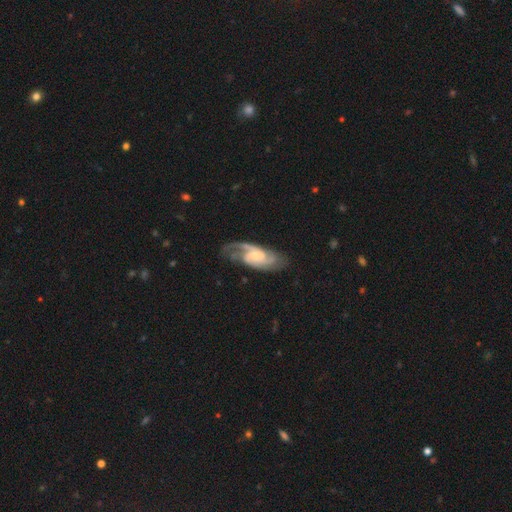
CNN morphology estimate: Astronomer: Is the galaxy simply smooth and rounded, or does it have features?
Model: featured or disk — 87%.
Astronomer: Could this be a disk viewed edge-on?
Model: no — 95%.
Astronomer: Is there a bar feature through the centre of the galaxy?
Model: no — 54% (runner-up: weak, 37%).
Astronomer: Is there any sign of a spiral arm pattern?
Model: yes — 97%.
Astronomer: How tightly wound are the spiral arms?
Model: medium — 52% (runner-up: tight, 30%).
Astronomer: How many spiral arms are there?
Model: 2 — 57%.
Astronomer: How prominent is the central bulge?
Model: small — 58% (runner-up: moderate, 33%).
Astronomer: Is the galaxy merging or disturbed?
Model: none — 68%.